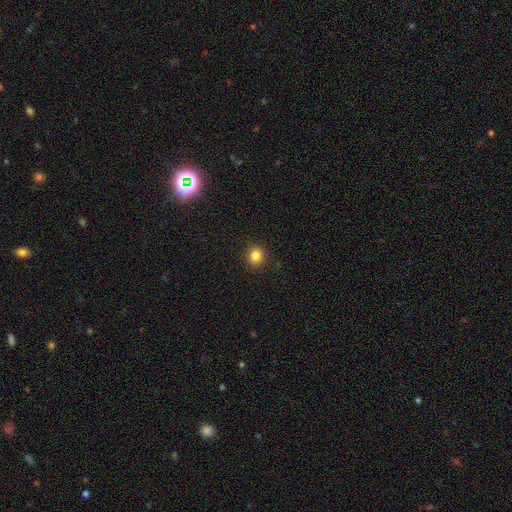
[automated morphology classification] Overall: smooth (84%). How rounded: round (87%). Merging: none (91%).